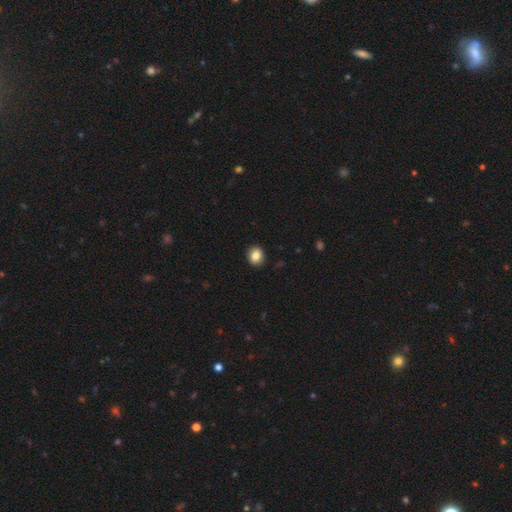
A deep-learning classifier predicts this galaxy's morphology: Smooth or featured? smooth (84%)
How rounded? round (72%)
Merging? none (92%)